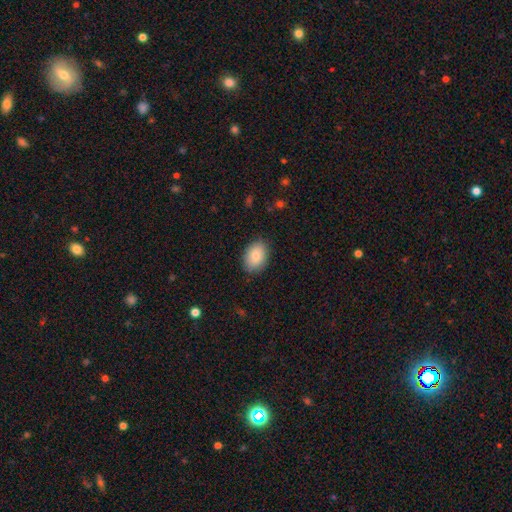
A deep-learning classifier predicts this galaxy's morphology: A smooth galaxy with no disk features (82%) that is in between round and cigar-shaped (82%). Merging: none (85%).